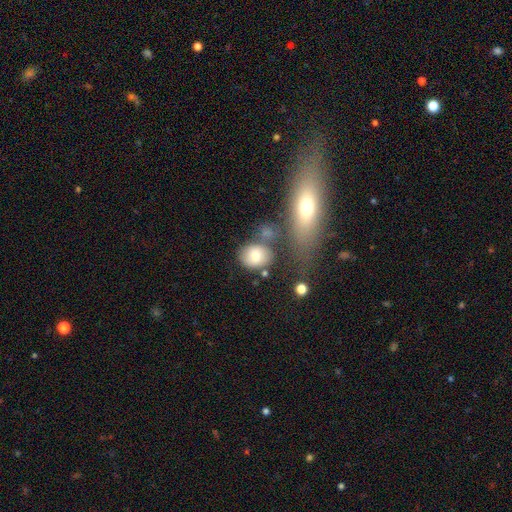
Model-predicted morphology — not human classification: This is likely a smooth galaxy (76%). How rounded: possibly round (53%). Merging: likely none (63%).